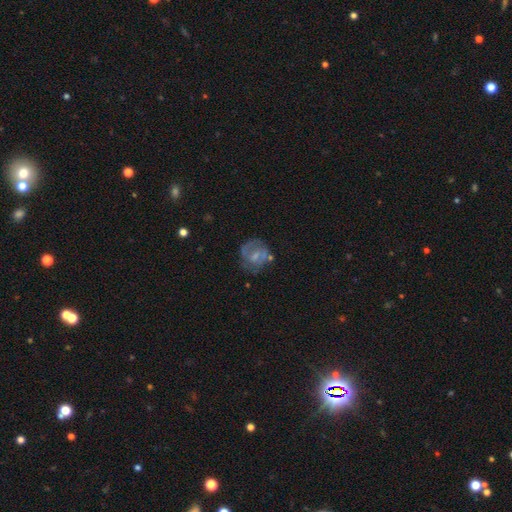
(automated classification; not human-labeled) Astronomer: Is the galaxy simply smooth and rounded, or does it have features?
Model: featured or disk — 56% (runner-up: smooth, 36%).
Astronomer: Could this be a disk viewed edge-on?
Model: no — 97%.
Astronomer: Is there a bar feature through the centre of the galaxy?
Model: no — 46% (runner-up: weak, 43%).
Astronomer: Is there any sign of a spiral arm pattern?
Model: yes — 58% (runner-up: no, 42%).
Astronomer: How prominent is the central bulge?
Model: small — 35% (runner-up: moderate, 34%).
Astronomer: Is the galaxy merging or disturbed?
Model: none — 54%.